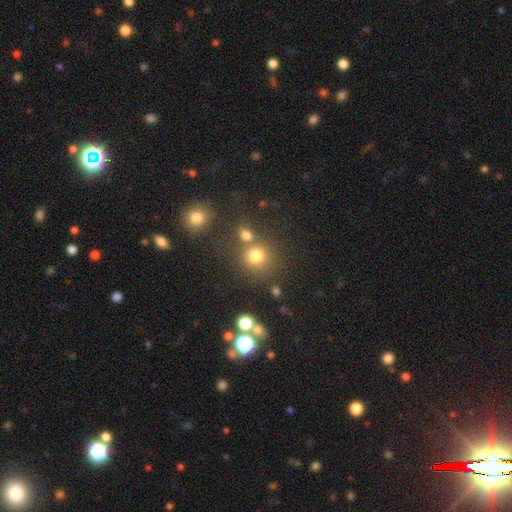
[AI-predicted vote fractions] Overall: smooth (76%). How rounded: round (87%). Merging: none (61%; merger 23%).